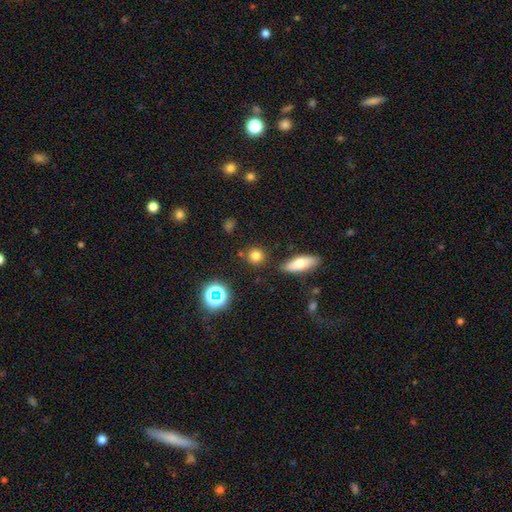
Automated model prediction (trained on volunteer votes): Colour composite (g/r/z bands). It shows a smooth galaxy with no disk features (77%) that is round (85%). Merging: none (83%).